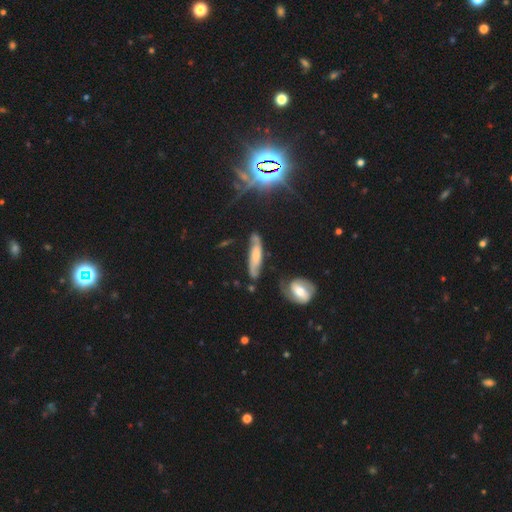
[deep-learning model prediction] Smooth or featured? Predicted: featured or disk (p=0.57). Edge-on disk? Predicted: no (p=0.66). Merging? Predicted: none (p=0.61).